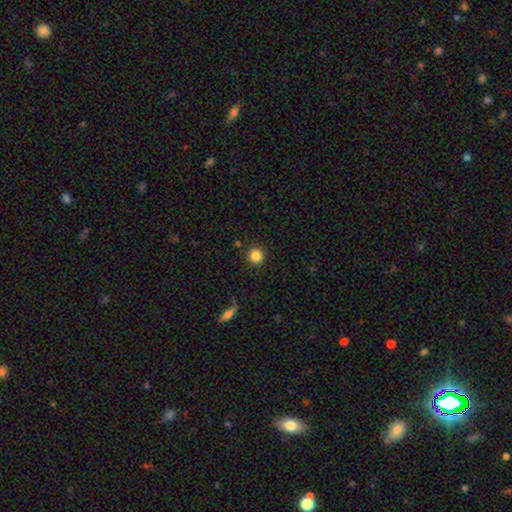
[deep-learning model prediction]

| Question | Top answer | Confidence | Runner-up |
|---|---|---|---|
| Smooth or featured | smooth | 85% | star or artifact (10%) |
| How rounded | round | 92% | in between (7%) |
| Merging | none | 90% | minor disturbance (6%) |